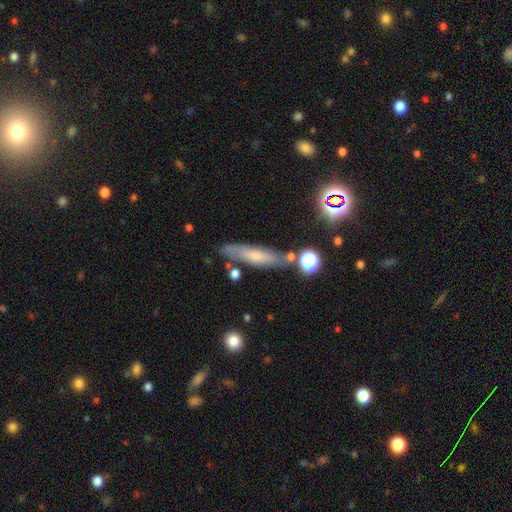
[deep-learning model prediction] Q: Smooth or featured?
A: smooth (58%); runner-up: featured or disk (32%)
Q: How rounded?
A: cigar-shaped (71%); runner-up: in between (26%)
Q: Merging?
A: none (72%); runner-up: minor disturbance (16%)